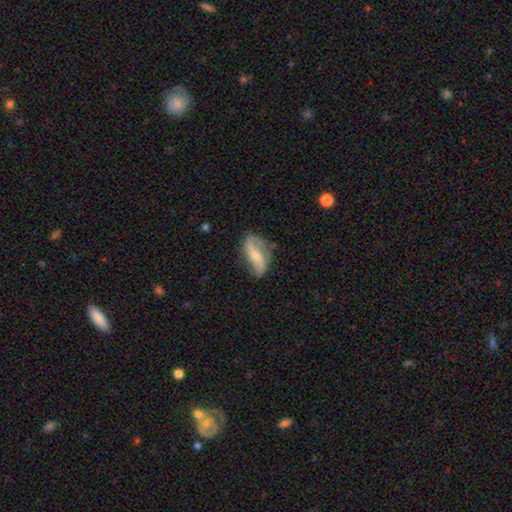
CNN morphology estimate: Smooth or featured? featured or disk (65%)
Edge-on disk? no (90%)
Bar? strong (41%)
Spiral arms? yes (85%)
Bulge size? small (54%)
Merging? none (63%)